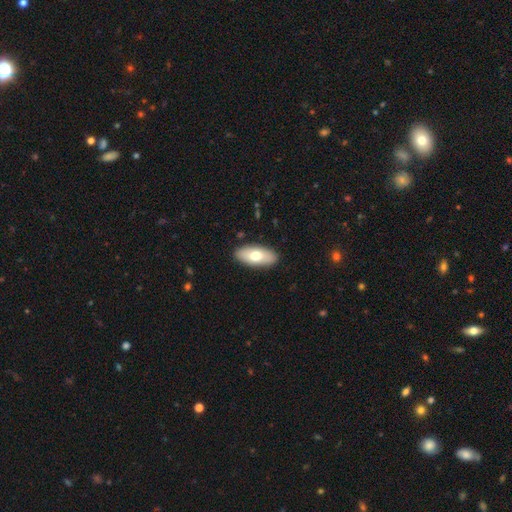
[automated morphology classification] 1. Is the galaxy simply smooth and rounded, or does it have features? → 70% smooth, 25% featured or disk, 6% star or artifact.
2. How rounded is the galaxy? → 89% in between, 8% cigar-shaped, 3% round.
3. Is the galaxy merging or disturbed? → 89% none, 8% minor disturbance, 2% major disturbance, 1% merger.